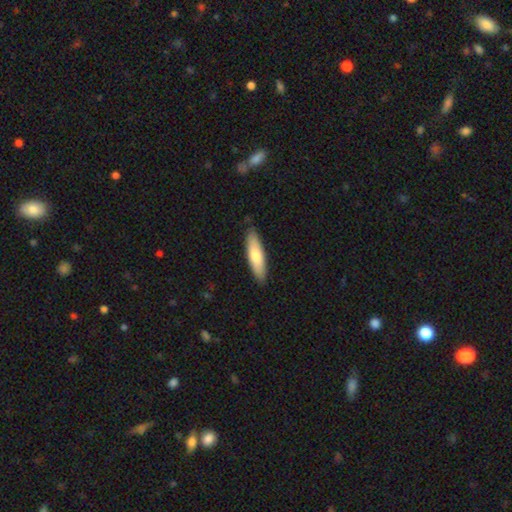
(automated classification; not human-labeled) This is likely a smooth galaxy (72%). How rounded: likely cigar-shaped (62%). Merging: clearly none (88%).